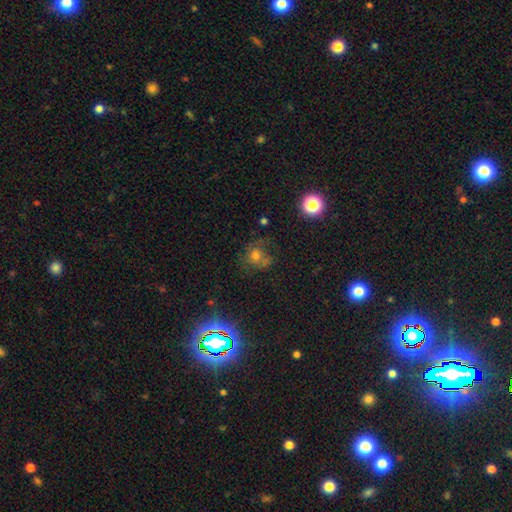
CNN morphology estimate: Smooth or featured? smooth (53%)
How rounded? round (74%)
Merging? none (49%)